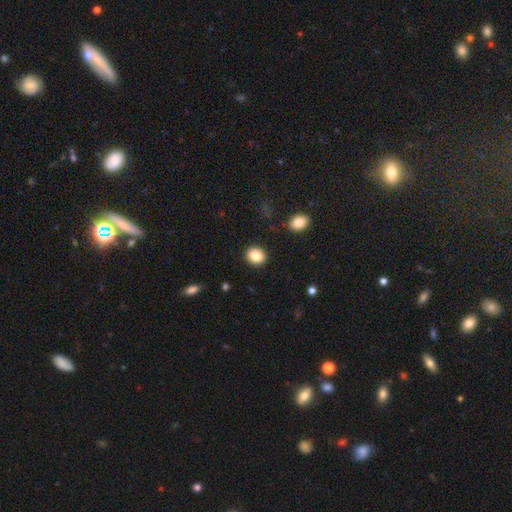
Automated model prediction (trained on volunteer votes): Morphology: type=smooth (86%); roundness=round (67%); merging=none (91%).